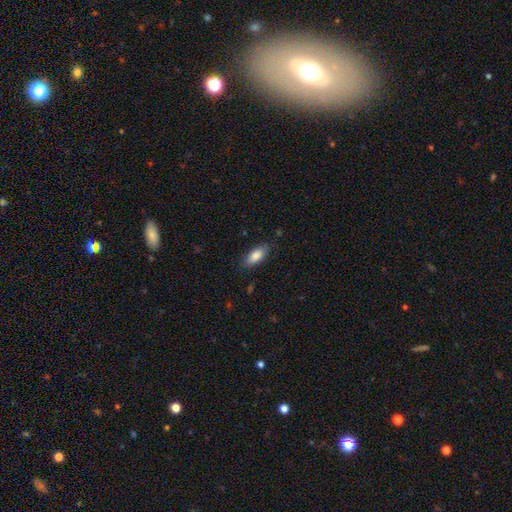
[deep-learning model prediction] A smooth galaxy with no disk features (85%) that is in between round and cigar-shaped (82%).

Vote fractions:
- Smooth or featured? smooth: 85% / featured or disk: 8% / star or artifact: 6%
- How rounded? in between: 82% / cigar-shaped: 16% / round: 2%
- Merging? none: 83% / minor disturbance: 13% / major disturbance: 3% / merger: 1%